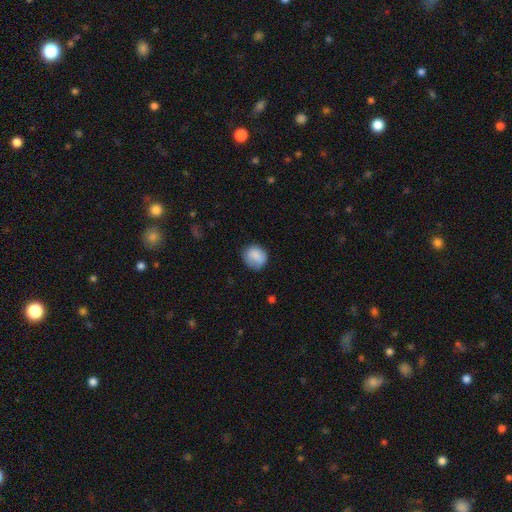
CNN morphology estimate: Smooth or featured? smooth (85%)
How rounded? round (80%)
Merging? none (72%)